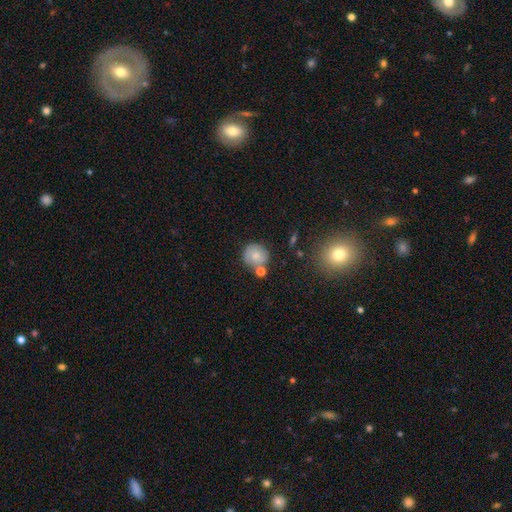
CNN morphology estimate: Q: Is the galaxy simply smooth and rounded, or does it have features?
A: smooth — 64%.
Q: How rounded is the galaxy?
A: round — 86%.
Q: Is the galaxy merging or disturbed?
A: none — 62%.